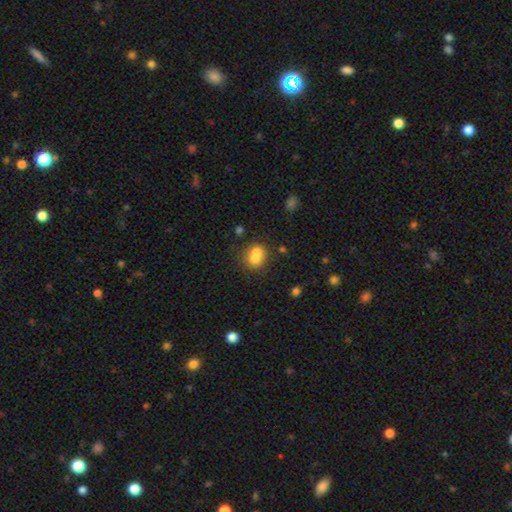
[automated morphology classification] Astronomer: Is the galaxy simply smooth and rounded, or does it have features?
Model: smooth — 74%.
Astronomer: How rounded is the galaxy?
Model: round — 57% (runner-up: in between, 42%).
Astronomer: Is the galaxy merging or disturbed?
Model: merger — 46% (runner-up: none, 37%).